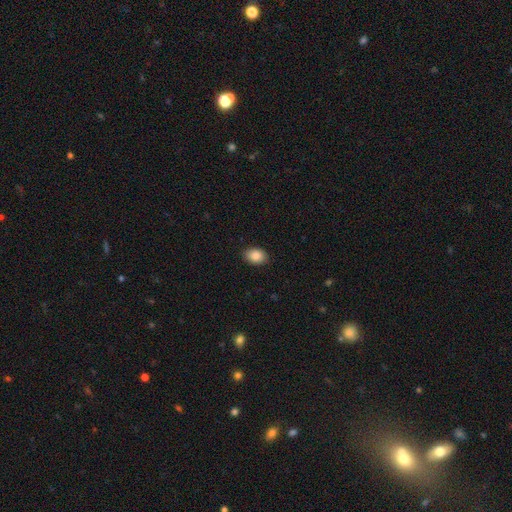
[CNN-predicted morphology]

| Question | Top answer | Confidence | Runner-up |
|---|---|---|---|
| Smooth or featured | smooth | 87% | star or artifact (7%) |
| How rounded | in between | 80% | round (19%) |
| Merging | none | 89% | minor disturbance (9%) |